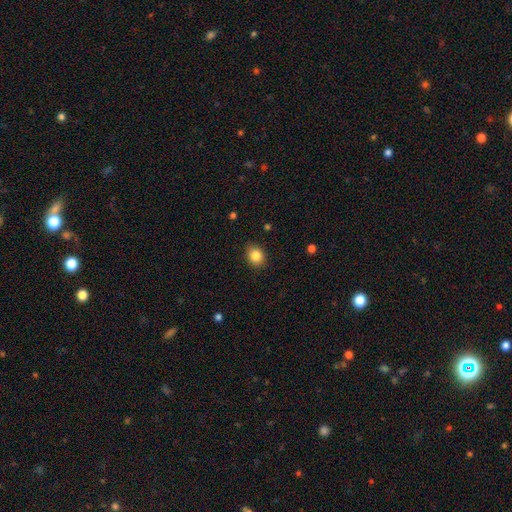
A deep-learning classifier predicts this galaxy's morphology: Smooth or featured: smooth — 85% (star or artifact — 9%)
How rounded: round — 52% (in between — 47%)
Merging: none — 86% (minor disturbance — 10%)